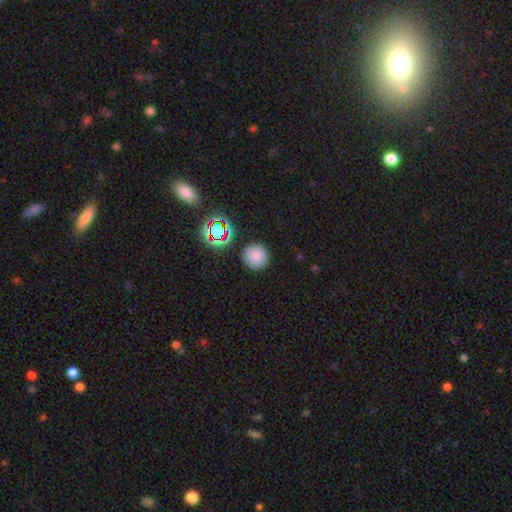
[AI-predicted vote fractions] smooth-or-featured: smooth: 78% | star or artifact: 15% | featured or disk: 6%
  how-rounded: round: 95% | in between: 4% | cigar-shaped: 1%
  merging: none: 88% | minor disturbance: 7% | merger: 2% | major disturbance: 2%